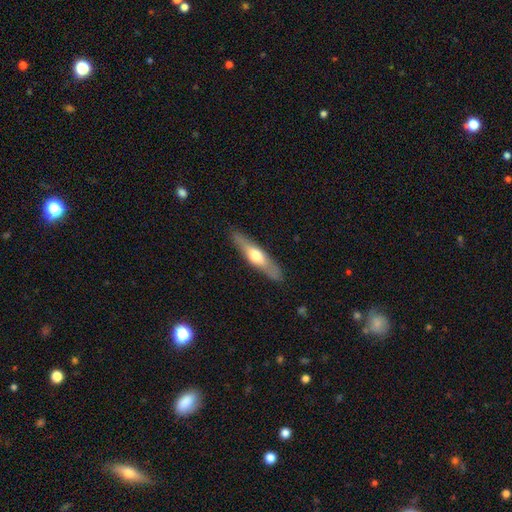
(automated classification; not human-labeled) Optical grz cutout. It shows a featured or disk galaxy (53%) viewed edge-on (86%). Merging: none (87%).